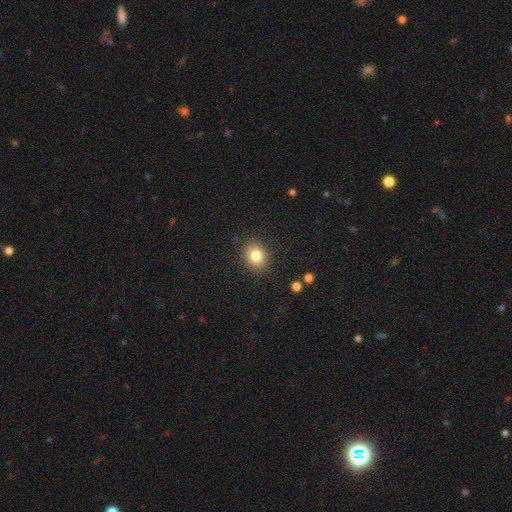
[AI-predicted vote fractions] smooth 81%, star or artifact 11%, featured or disk 8%. Down the decision tree: how rounded — round (63%); merging — none (88%).